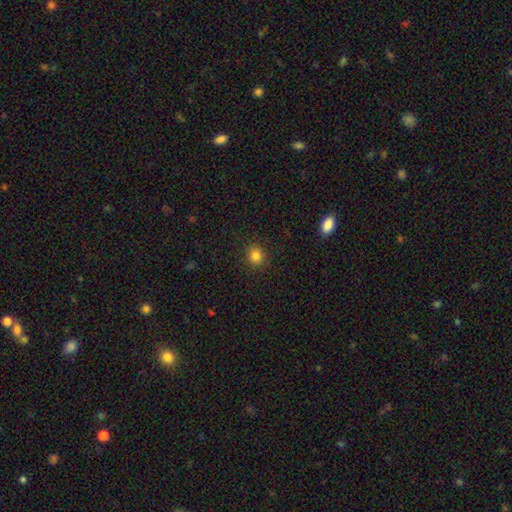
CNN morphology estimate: Smooth or featured? smooth (83%)
How rounded? round (83%)
Merging? none (89%)